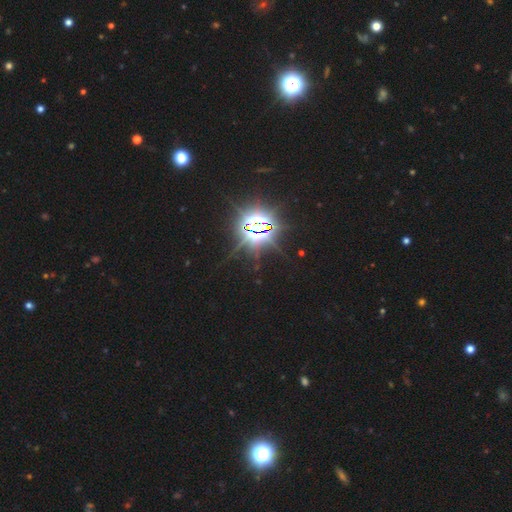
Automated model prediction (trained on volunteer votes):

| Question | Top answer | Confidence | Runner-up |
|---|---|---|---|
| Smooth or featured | star or artifact | 86% | smooth (7%) |